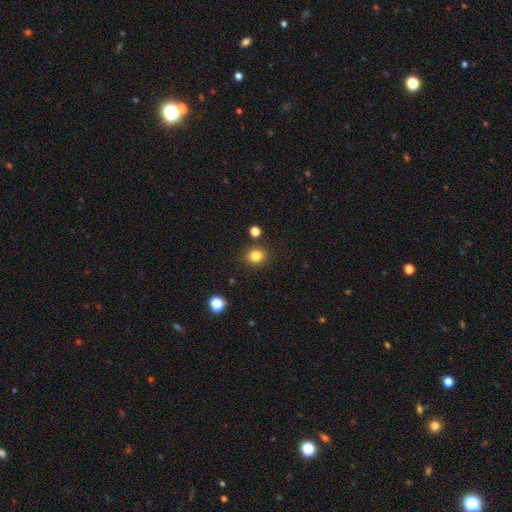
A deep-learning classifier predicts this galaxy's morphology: This is clearly a smooth galaxy (82%). How rounded: clearly round (85%). Merging: clearly none (88%).